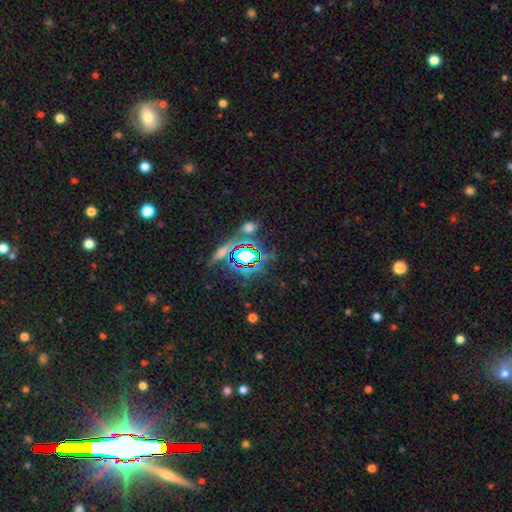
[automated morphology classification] The model was most divided on "smooth or featured": star or artifact: 71%, smooth: 18%, featured or disk: 10%.